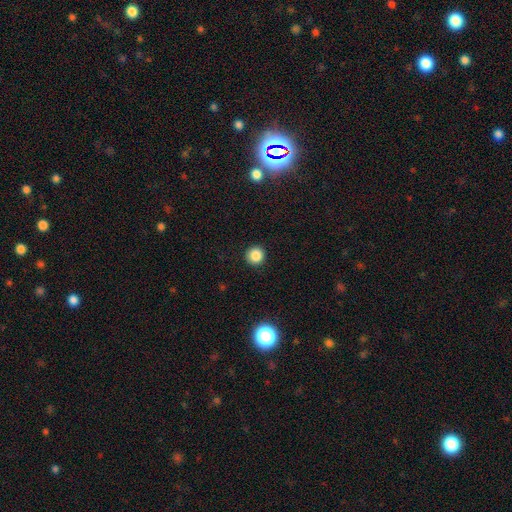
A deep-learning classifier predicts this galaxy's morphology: Smooth or featured? Predicted: smooth (p=0.85). How rounded? Predicted: round (p=0.93). Merging? Predicted: none (p=0.92).